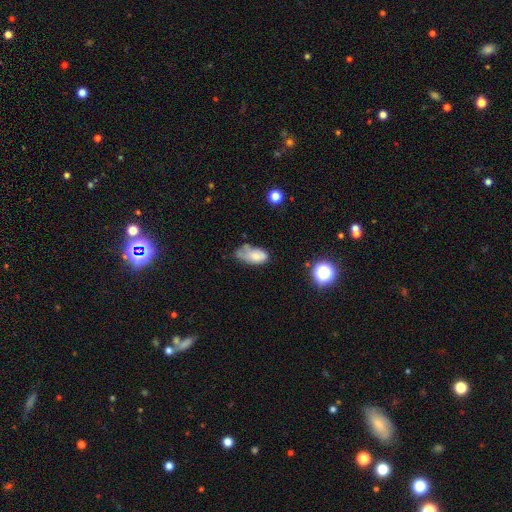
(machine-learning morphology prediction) smooth-or-featured: smooth: 71% | featured or disk: 19% | star or artifact: 10%
  how-rounded: in between: 91% | round: 5% | cigar-shaped: 4%
  merging: minor disturbance: 38% | none: 35% | major disturbance: 19% | merger: 7%